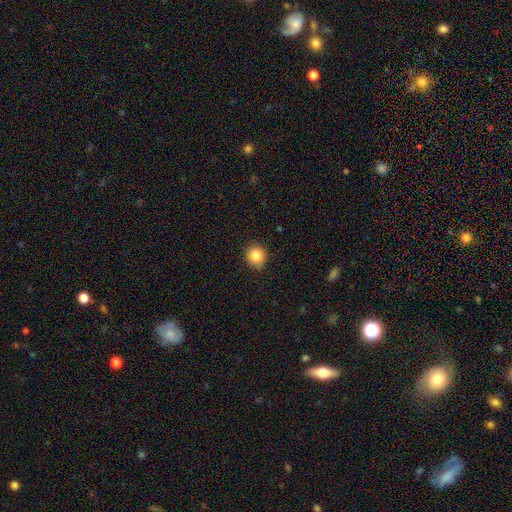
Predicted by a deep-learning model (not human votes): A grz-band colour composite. It shows a smooth galaxy with no disk features (84%) that is round (90%). Merging: none (87%).